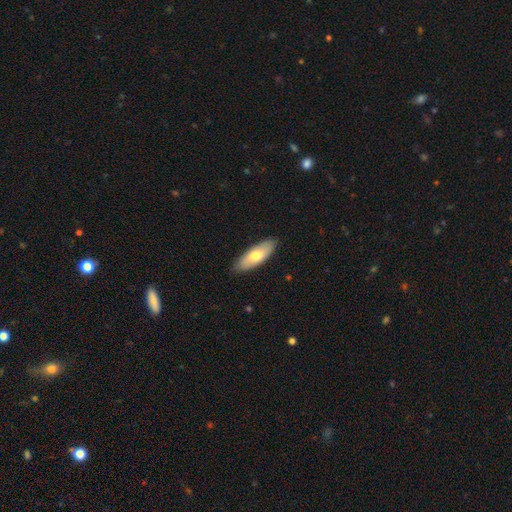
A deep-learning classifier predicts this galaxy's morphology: A smooth galaxy with no disk features (69%) that is in between round and cigar-shaped (72%). Merging: none (87%).